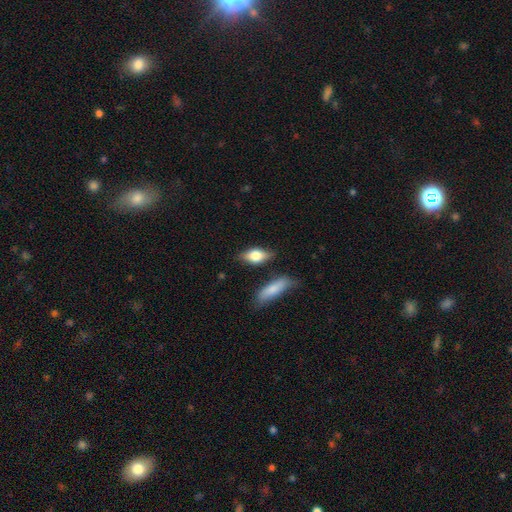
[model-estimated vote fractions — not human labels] Smooth or featured?
  - smooth: 63% *
  - featured or disk: 30%
  - star or artifact: 7%
How rounded?
  - in between: 77% *
  - cigar-shaped: 16%
  - round: 6%
Merging?
  - none: 75% *
  - minor disturbance: 15%
  - merger: 6%
  - major disturbance: 4%